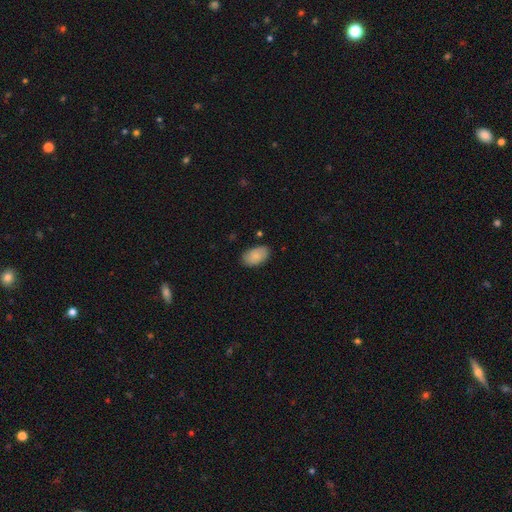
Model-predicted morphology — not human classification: A smooth galaxy with no disk features (85%) that is in between round and cigar-shaped (93%). Merging: none (82%).